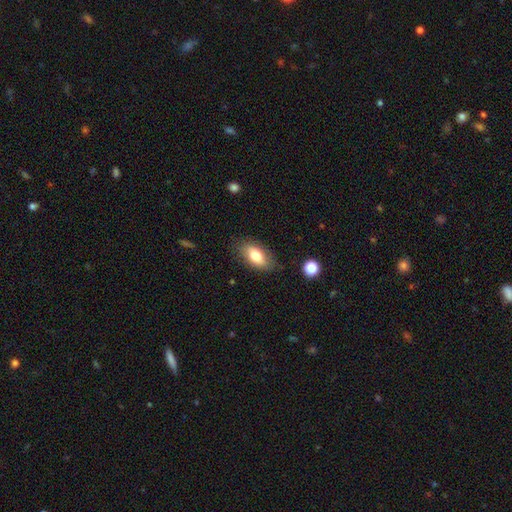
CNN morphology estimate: Smooth or featured? smooth (77%)
How rounded? in between (89%)
Merging? none (82%)